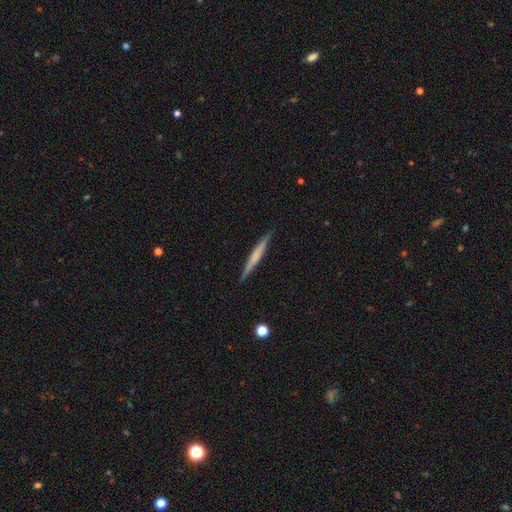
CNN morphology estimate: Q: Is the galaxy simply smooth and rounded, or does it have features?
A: featured or disk — 52%.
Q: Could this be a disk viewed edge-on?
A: yes — 98%.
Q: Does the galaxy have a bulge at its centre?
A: none — 61%.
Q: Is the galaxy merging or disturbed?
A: none — 90%.